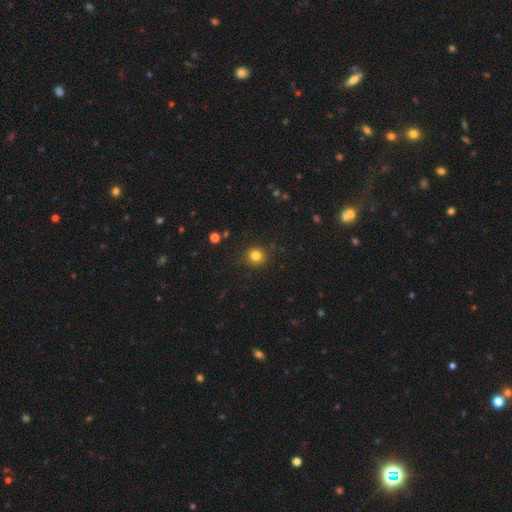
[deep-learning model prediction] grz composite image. It shows a smooth galaxy with no disk features (81%) that is round (91%). Merging: none (87%).